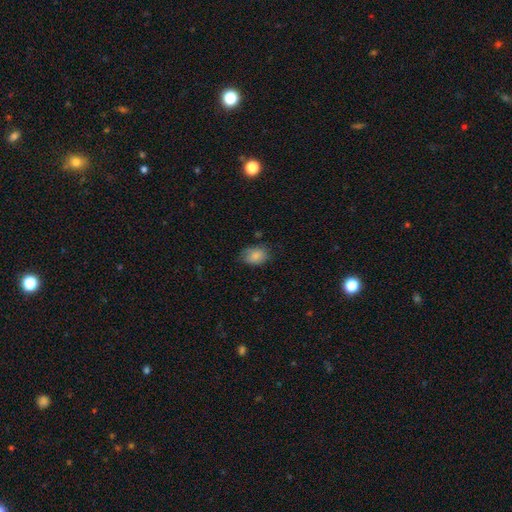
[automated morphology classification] This appears to be a smooth galaxy with no disk features (82%) that is in between round and cigar-shaped (77%). Merging: none (65%).